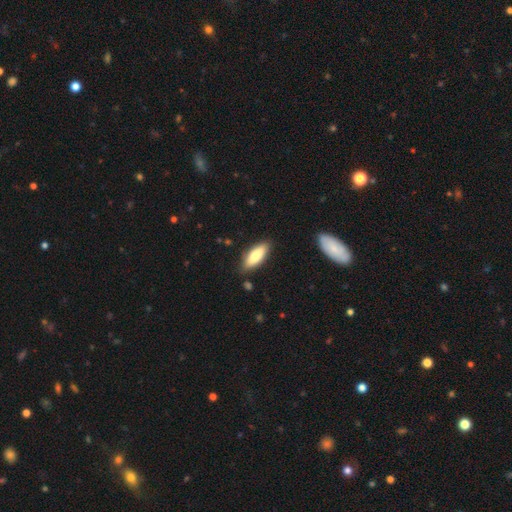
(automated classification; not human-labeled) smooth 81%, featured or disk 13%, star or artifact 6%. Down the decision tree: how rounded — in between (67%); merging — none (84%).